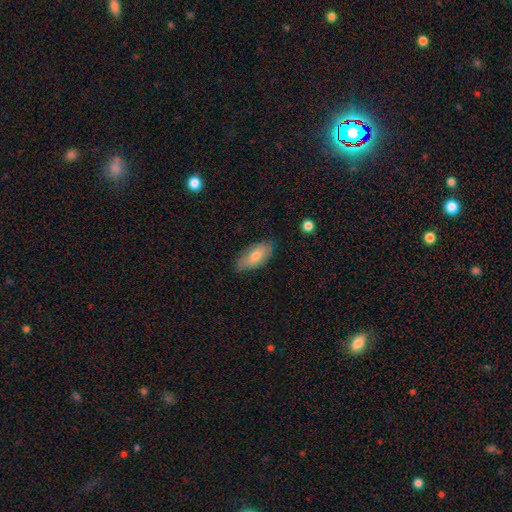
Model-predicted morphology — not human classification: A smooth galaxy with no disk features (70%) that is in between round and cigar-shaped (86%).

Vote fractions:
- Smooth or featured? smooth: 70% / featured or disk: 23% / star or artifact: 7%
- How rounded? in between: 86% / cigar-shaped: 12% / round: 2%
- Merging? none: 79% / minor disturbance: 17% / major disturbance: 3% / merger: 1%